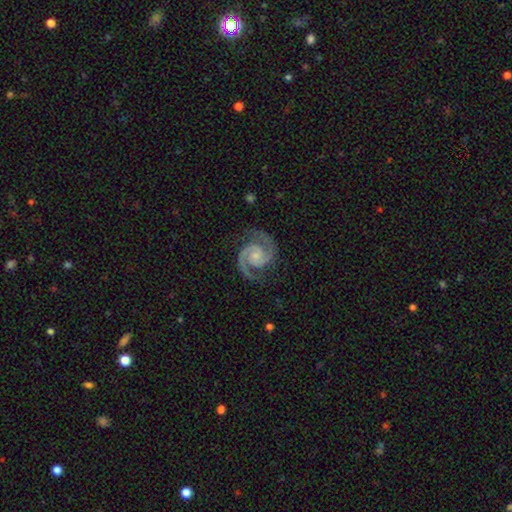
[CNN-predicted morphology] Overall: featured or disk (94%). Edge-on disk: no (98%). Bar: no (70%). Spiral arms: yes (99%). Spiral arm count: 2 (94%). Spiral winding: medium (55%; tight 37%). Bulge size: small (61%; moderate 27%). Merging: none (83%).